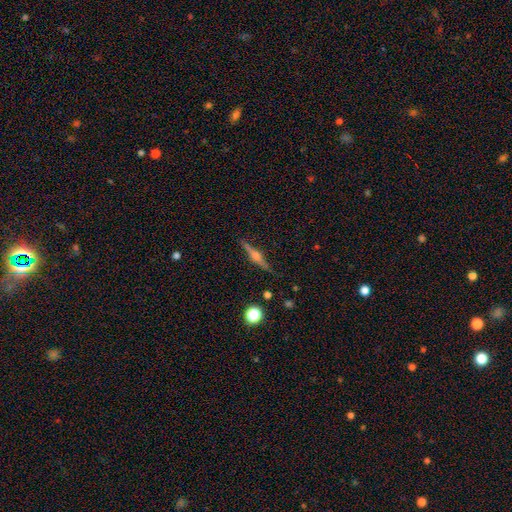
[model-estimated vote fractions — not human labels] This appears to be a featured or disk galaxy (73%) viewed edge-on (98%) with a rounded central bulge (85%). Merging: none (88%).